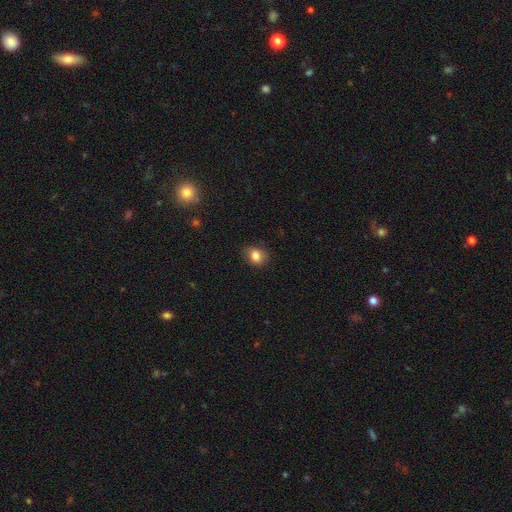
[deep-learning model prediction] smooth-or-featured: smooth: 84% | star or artifact: 10% | featured or disk: 6%
  how-rounded: round: 57% | in between: 42% | cigar-shaped: 1%
  merging: none: 79% | minor disturbance: 17% | major disturbance: 4% | merger: 1%